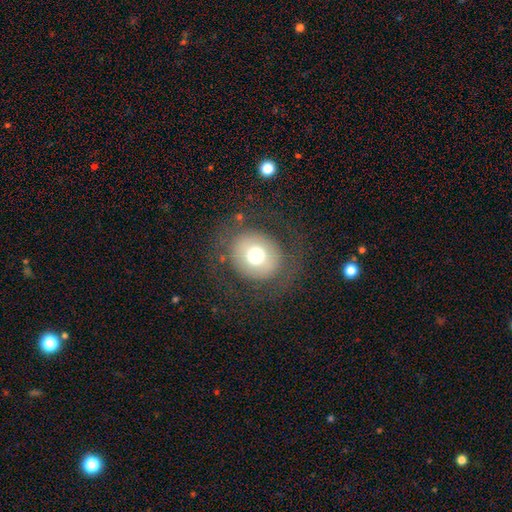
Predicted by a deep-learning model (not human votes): smooth-or-featured: smooth: 64% | featured or disk: 25% | star or artifact: 11%
  how-rounded: round: 84% | in between: 15% | cigar-shaped: 1%
  merging: none: 78% | major disturbance: 11% | minor disturbance: 10% | merger: 1%